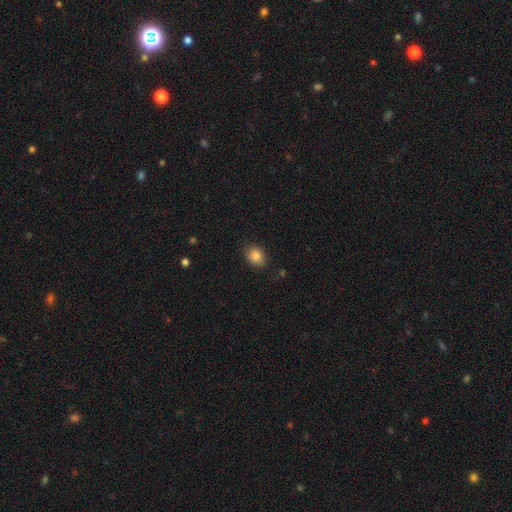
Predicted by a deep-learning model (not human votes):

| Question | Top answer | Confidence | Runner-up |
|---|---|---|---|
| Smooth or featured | smooth | 85% | star or artifact (9%) |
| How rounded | in between | 54% | round (45%) |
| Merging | none | 84% | minor disturbance (12%) |